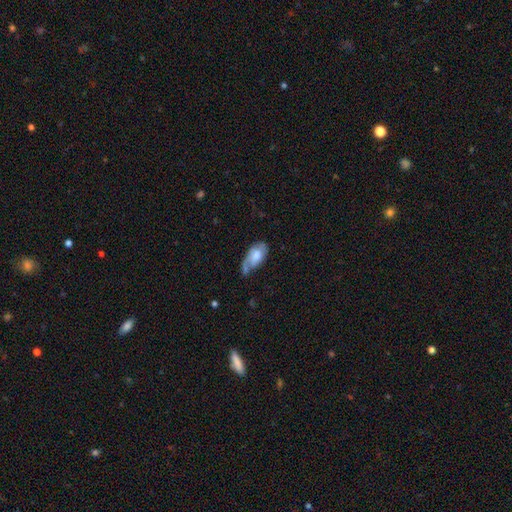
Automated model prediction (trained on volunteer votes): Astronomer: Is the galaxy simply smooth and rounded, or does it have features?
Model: smooth — 51% (runner-up: featured or disk, 43%).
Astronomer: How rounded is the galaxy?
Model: in between — 91%.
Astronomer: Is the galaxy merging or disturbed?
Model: minor disturbance — 36%, tied with none at 36%.